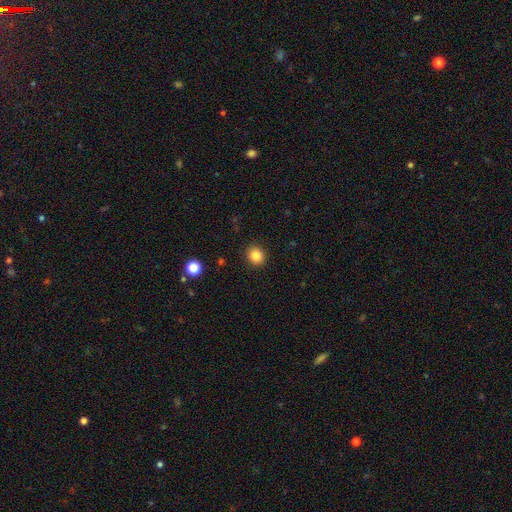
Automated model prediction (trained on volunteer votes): Smooth or featured? Predicted: smooth (p=0.85). How rounded? Predicted: round (p=0.80). Merging? Predicted: none (p=0.91).